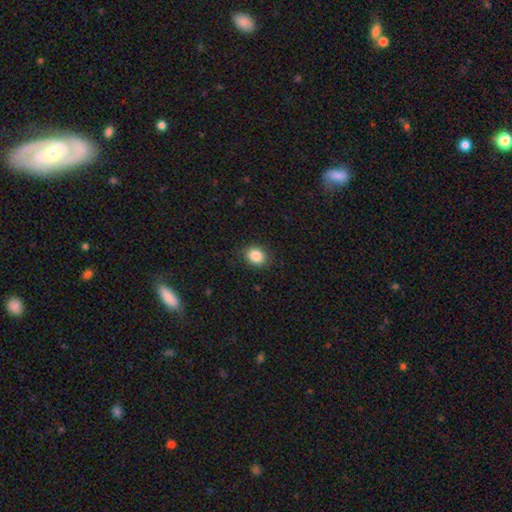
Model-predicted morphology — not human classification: Smooth or featured?
  - smooth: 86% *
  - star or artifact: 9%
  - featured or disk: 5%
How rounded?
  - round: 53% *
  - in between: 46%
  - cigar-shaped: 1%
Merging?
  - none: 86% *
  - minor disturbance: 10%
  - major disturbance: 3%
  - merger: 1%